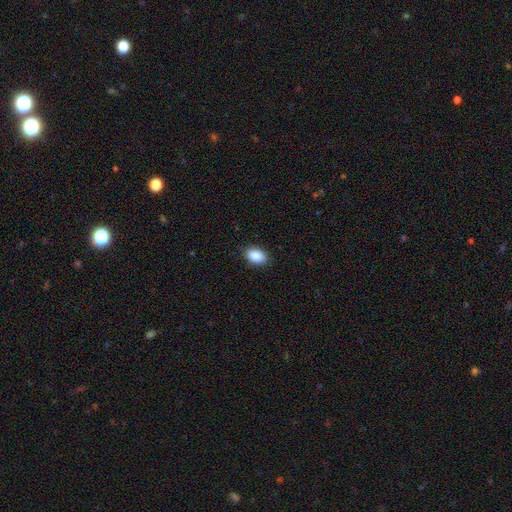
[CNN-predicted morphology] type=smooth (90%); roundness=in between (86%); merging=none (87%).